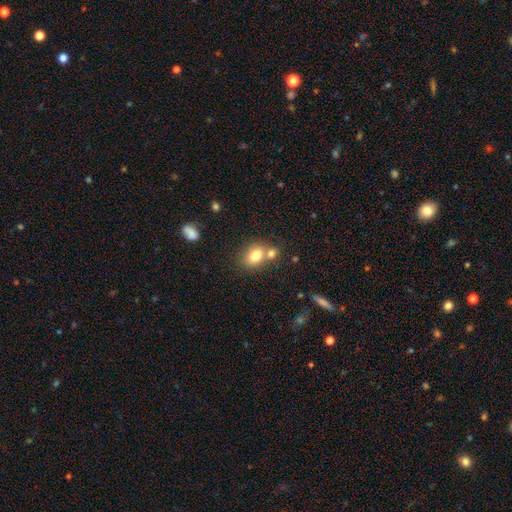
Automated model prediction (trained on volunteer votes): This is likely a smooth galaxy (78%). How rounded: possibly in between (59%). Merging: possibly none (48%).